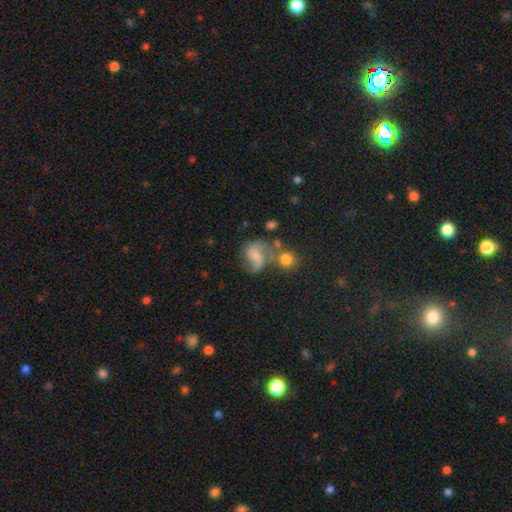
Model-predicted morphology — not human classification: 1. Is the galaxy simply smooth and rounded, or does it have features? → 61% featured or disk, 29% smooth, 10% star or artifact.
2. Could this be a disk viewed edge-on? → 98% no, 2% yes.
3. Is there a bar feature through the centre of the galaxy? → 45% weak, 41% no, 14% strong.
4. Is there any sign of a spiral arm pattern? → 88% yes, 12% no.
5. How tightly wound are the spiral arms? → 45% loose, 43% medium, 12% tight.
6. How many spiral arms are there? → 83% 2, 7% 1, 6% can't tell, 2% 3, 1% 4, 1% more than 4.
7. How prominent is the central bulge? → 46% small, 32% moderate, 15% none, 5% large, 2% dominant.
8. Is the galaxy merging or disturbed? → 37% none, 27% merger, 19% minor disturbance, 17% major disturbance.